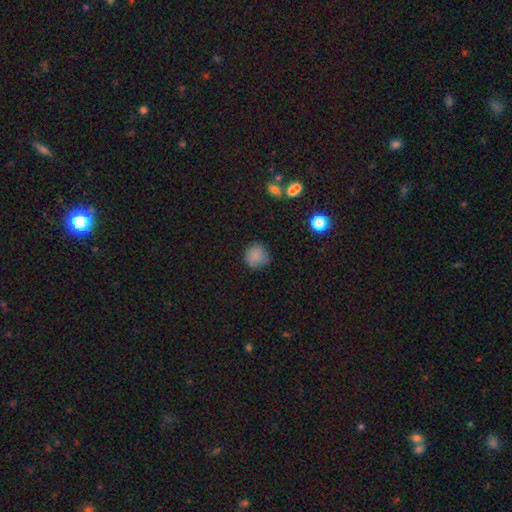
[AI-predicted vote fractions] A smooth galaxy with no disk features (84%) that is round (91%). Merging: none (80%).